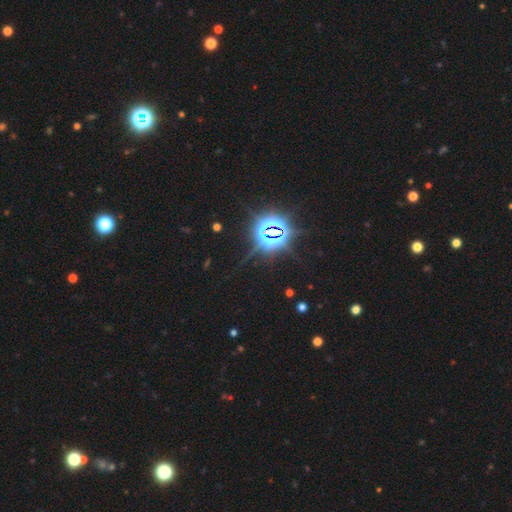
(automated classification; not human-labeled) Smooth or featured? Predicted: star or artifact (p=0.85).